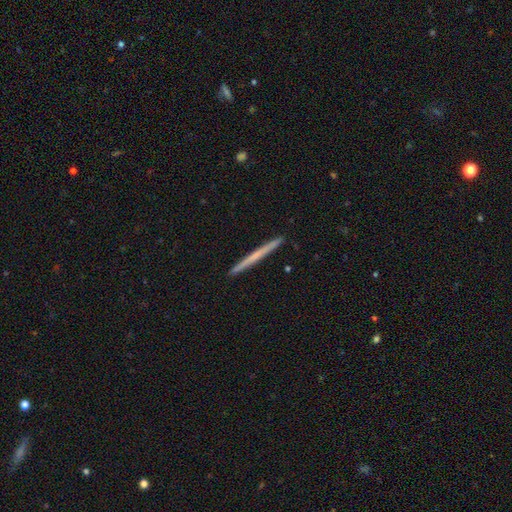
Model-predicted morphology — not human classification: A featured or disk galaxy (47%, tied with smooth). Merging: none (94%).